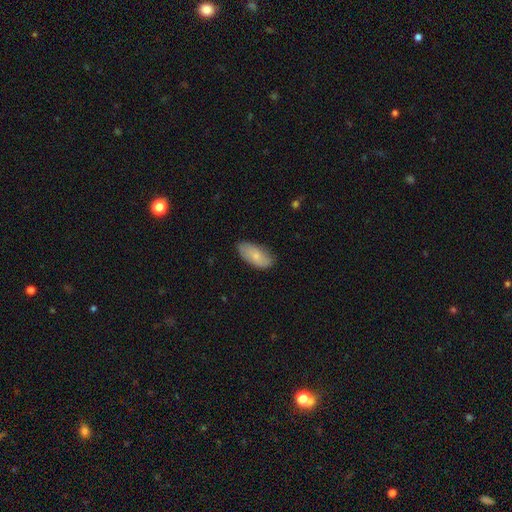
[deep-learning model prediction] This appears to be a smooth galaxy with no disk features (74%) that is in between round and cigar-shaped (91%). Merging: none (77%).